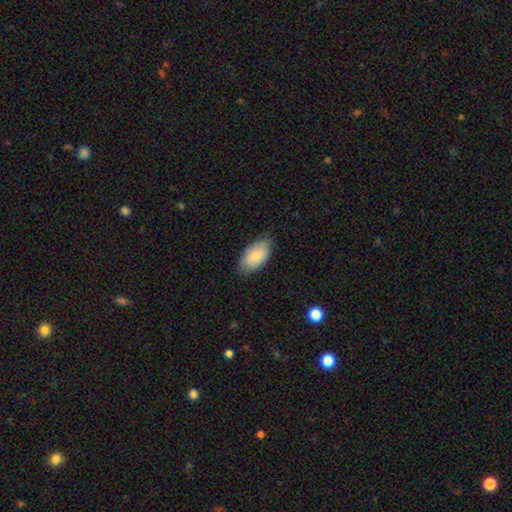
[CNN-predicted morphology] Smooth or featured?
  - smooth: 83% *
  - featured or disk: 12%
  - star or artifact: 6%
How rounded?
  - in between: 95% *
  - round: 2%
  - cigar-shaped: 2%
Merging?
  - none: 78% *
  - minor disturbance: 18%
  - major disturbance: 3%
  - merger: 1%